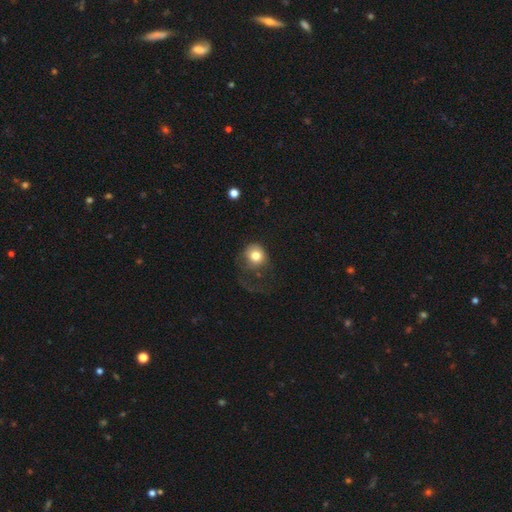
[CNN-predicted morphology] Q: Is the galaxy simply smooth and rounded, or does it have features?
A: smooth — 77%.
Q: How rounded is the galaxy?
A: round — 83%.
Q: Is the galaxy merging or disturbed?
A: major disturbance — 40%.